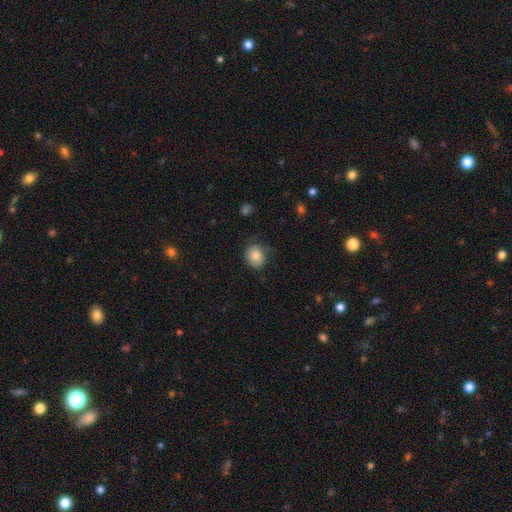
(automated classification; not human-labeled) Smooth or featured? Predicted: smooth (p=0.81). How rounded? Predicted: round (p=0.67). Merging? Predicted: none (p=0.67).